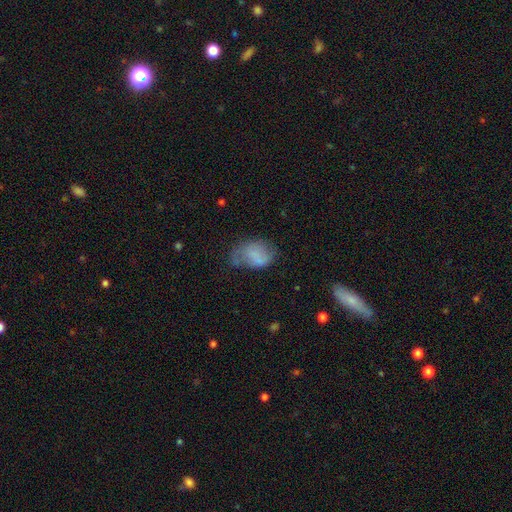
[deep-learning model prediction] smooth-or-featured: smooth: 65% | featured or disk: 25% | star or artifact: 9%
  how-rounded: in between: 83% | round: 15% | cigar-shaped: 1%
  merging: none: 40% | minor disturbance: 35% | major disturbance: 21% | merger: 5%